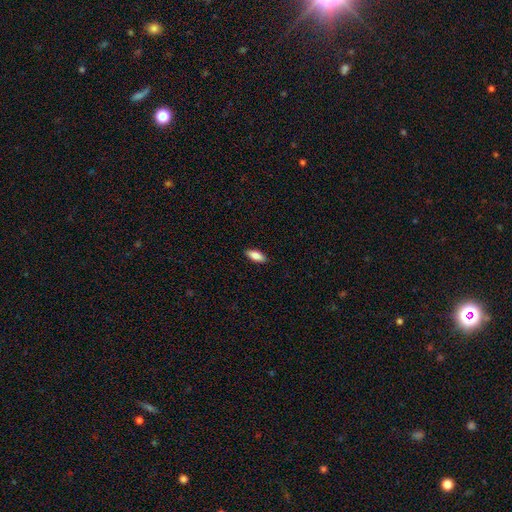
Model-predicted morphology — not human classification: smooth_or_featured: smooth (p=0.85) [alt: featured or disk p=0.08]
how_rounded: in between (p=0.81) [alt: cigar-shaped p=0.17]
merging: none (p=0.89) [alt: minor disturbance p=0.08]